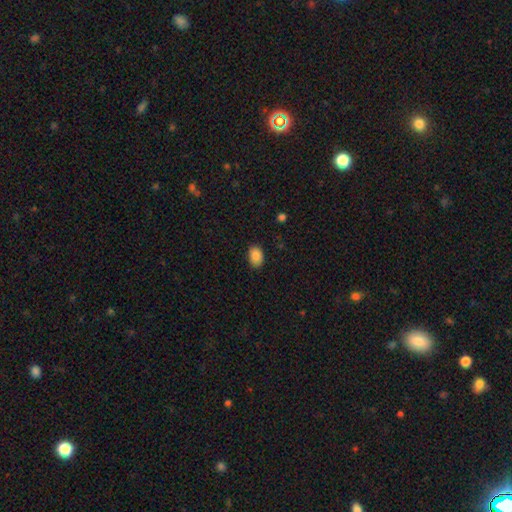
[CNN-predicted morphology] This appears to be a smooth galaxy with no disk features (87%) that is in between round and cigar-shaped (81%). Merging: none (85%).